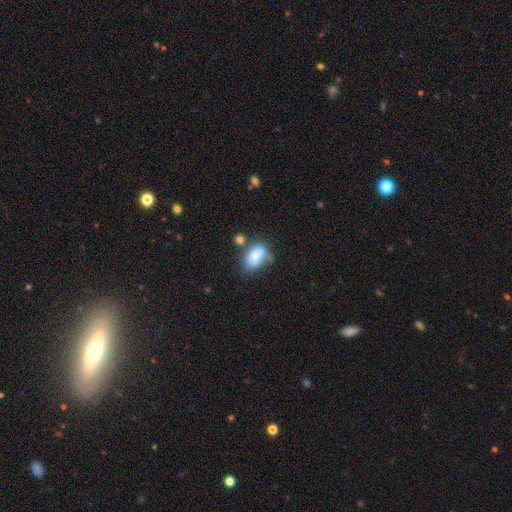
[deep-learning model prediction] The model was most divided on "merging": none: 43%, minor disturbance: 25%, merger: 22%, major disturbance: 11%. More confident: how rounded — in between (87%); smooth or featured — smooth (78%).